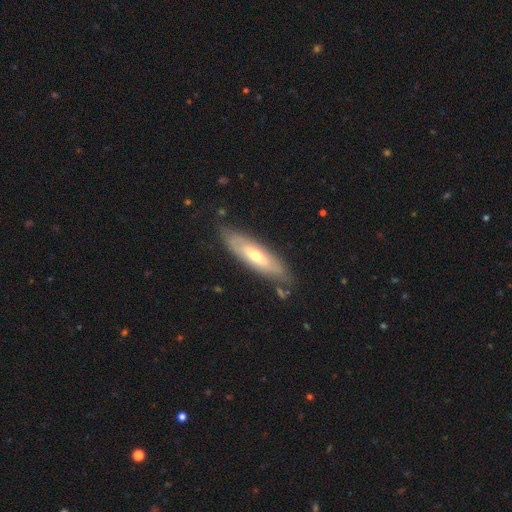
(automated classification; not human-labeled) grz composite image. It shows a featured or disk galaxy (58%). Merging: none (77%).